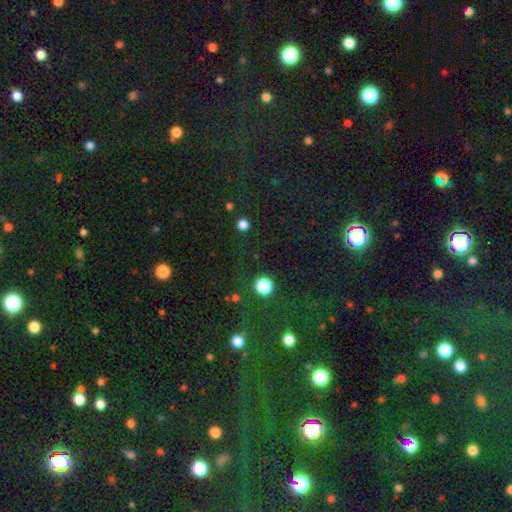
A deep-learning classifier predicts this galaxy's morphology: Smooth or featured?
  - star or artifact: 68% *
  - smooth: 24%
  - featured or disk: 8%